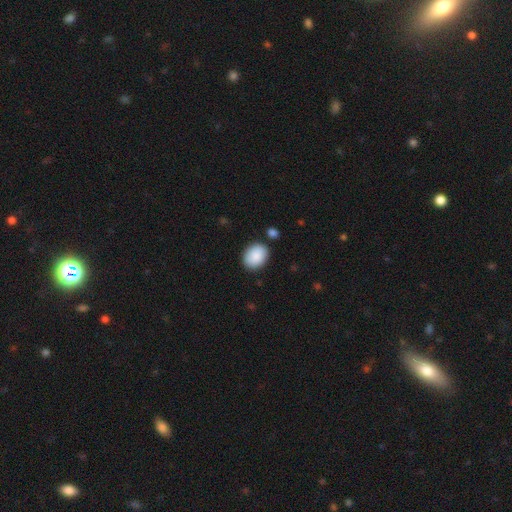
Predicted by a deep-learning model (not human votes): Morphology: type=smooth (89%); roundness=in between (61%); merging=none (83%).